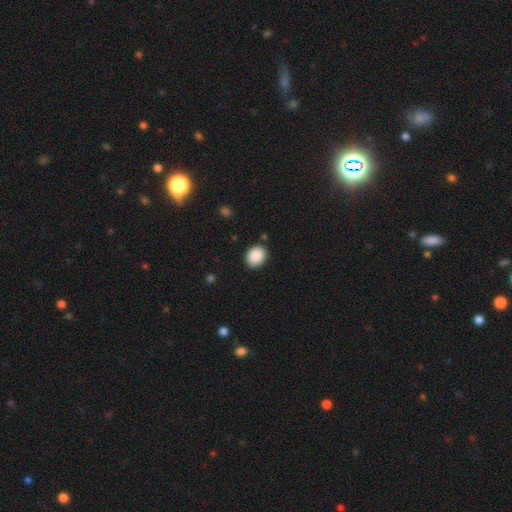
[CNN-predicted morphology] smooth-or-featured: smooth: 89% | star or artifact: 8% | featured or disk: 3%
  how-rounded: round: 51% | in between: 49% | cigar-shaped: 1%
  merging: none: 87% | minor disturbance: 9% | major disturbance: 2% | merger: 2%